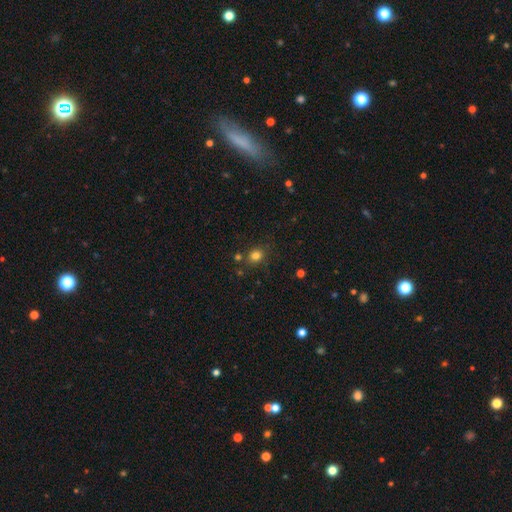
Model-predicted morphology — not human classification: Smooth or featured? Predicted: smooth (p=0.78). How rounded? Predicted: round (p=0.70). Merging? Predicted: none (p=0.78).